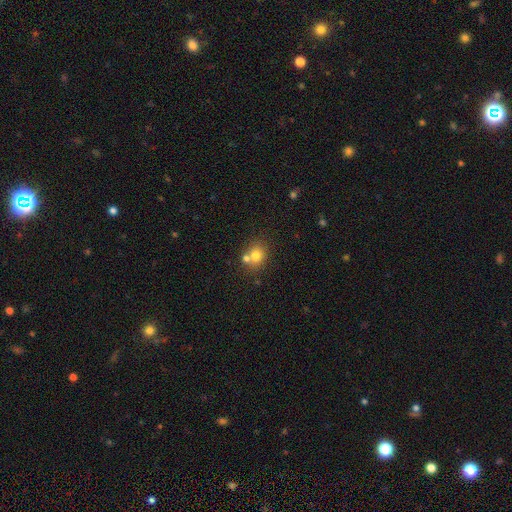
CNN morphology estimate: Smooth or featured?
  - smooth: 75% *
  - star or artifact: 13%
  - featured or disk: 12%
How rounded?
  - round: 72% *
  - in between: 28%
  - cigar-shaped: 1%
Merging?
  - none: 55% *
  - merger: 33%
  - minor disturbance: 9%
  - major disturbance: 3%